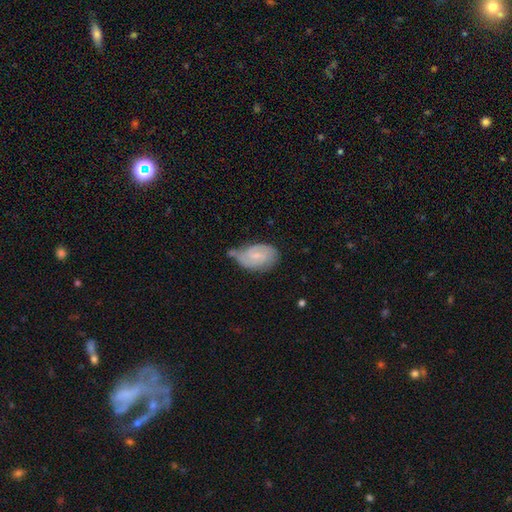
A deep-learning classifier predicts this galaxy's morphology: Smooth or featured?
  - featured or disk: 61% *
  - smooth: 32%
  - star or artifact: 7%
Edge-on disk?
  - no: 97% *
  - yes: 3%
Bar?
  - weak: 52% *
  - no: 39%
  - strong: 9%
Spiral arms?
  - yes: 88% *
  - no: 12%
Spiral winding?
  - tight: 47% *
  - medium: 39%
  - loose: 14%
Spiral arm count?
  - 2: 66% *
  - can't tell: 18%
  - 1: 8%
  - 3: 6%
  - 4: 2%
  - more than 4: 1%
Bulge size?
  - small: 60% *
  - moderate: 25%
  - none: 13%
  - large: 2%
  - dominant: 1%
Merging?
  - none: 42% *
  - minor disturbance: 34%
  - major disturbance: 13%
  - merger: 12%